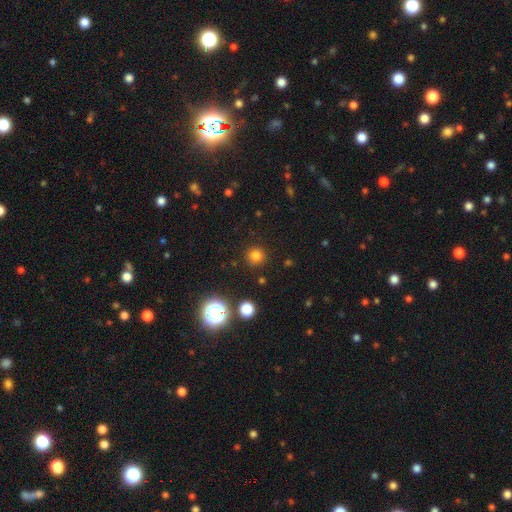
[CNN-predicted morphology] The model was most divided on "smooth or featured": smooth: 78%, star or artifact: 18%, featured or disk: 5%. More confident: how rounded — round (94%); merging — none (90%).